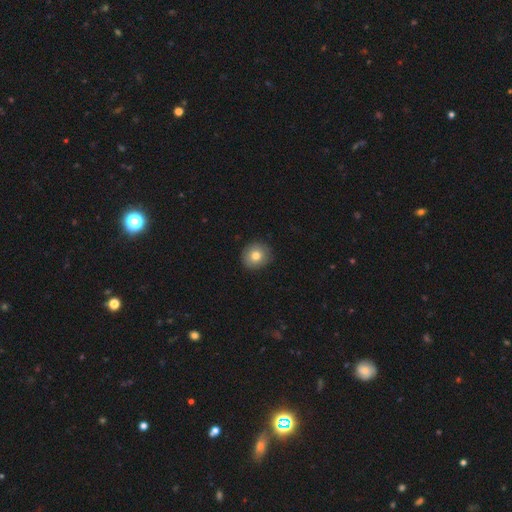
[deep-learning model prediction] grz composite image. It shows a smooth galaxy with no disk features (79%) that is round (89%). Merging: none (89%).